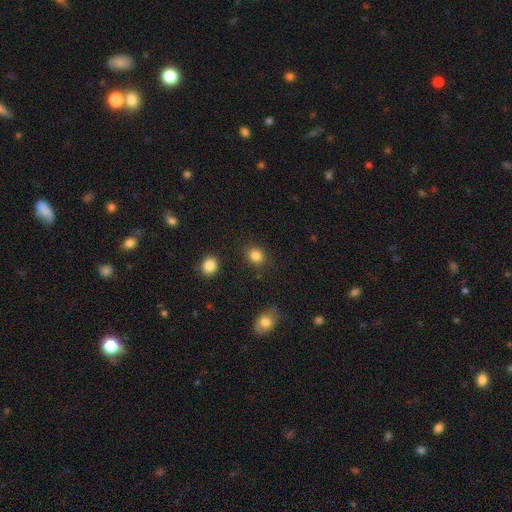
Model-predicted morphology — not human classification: Q: Smooth or featured?
A: smooth (85%); runner-up: star or artifact (11%)
Q: How rounded?
A: round (72%); runner-up: in between (27%)
Q: Merging?
A: none (87%); runner-up: minor disturbance (8%)